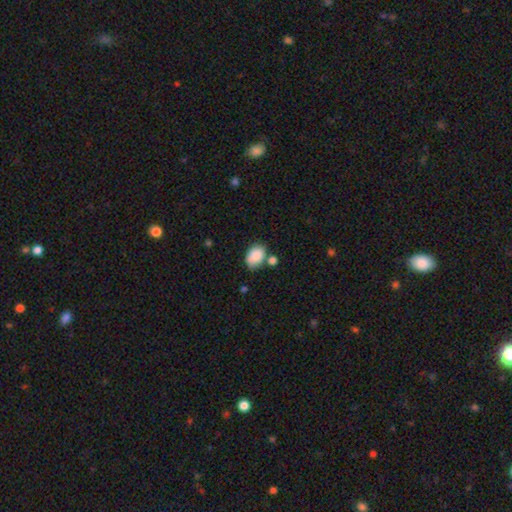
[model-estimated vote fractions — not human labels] This appears to be a smooth galaxy with no disk features (86%) that is in between round and cigar-shaped (83%). Merging: none (57%).